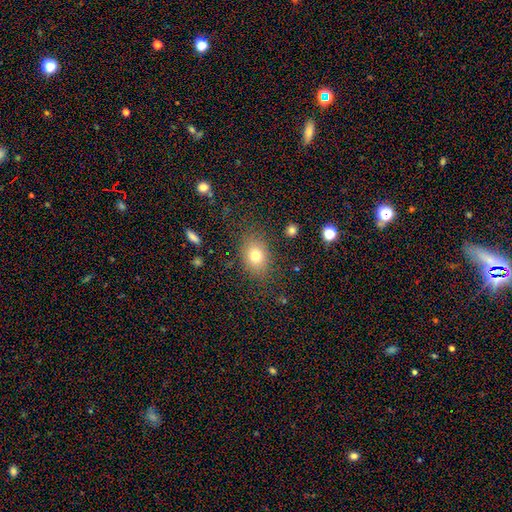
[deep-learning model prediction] Overall: smooth (76%). How rounded: in between (68%; round 30%). Merging: none (81%).